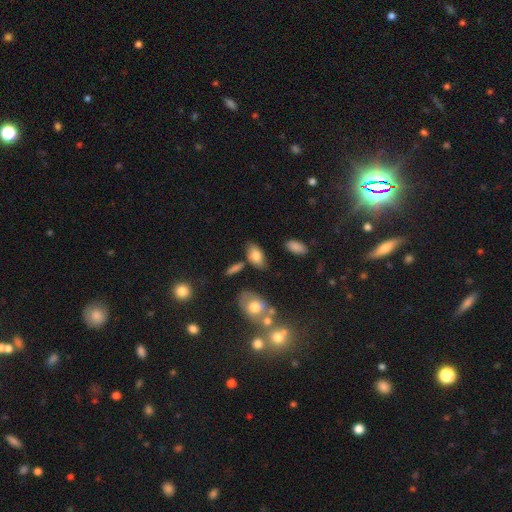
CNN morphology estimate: smooth_or_featured: smooth (p=0.77) [alt: featured or disk p=0.14]
how_rounded: in between (p=0.91) [alt: round p=0.06]
merging: none (p=0.70) [alt: minor disturbance p=0.17]